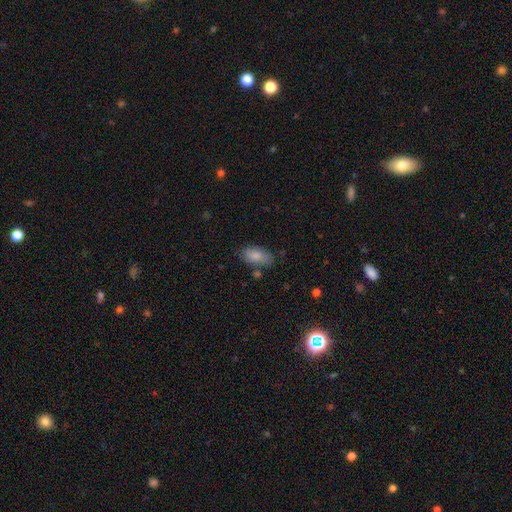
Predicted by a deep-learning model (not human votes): This is clearly a smooth galaxy (85%). How rounded: clearly in between (92%). Merging: likely none (74%).